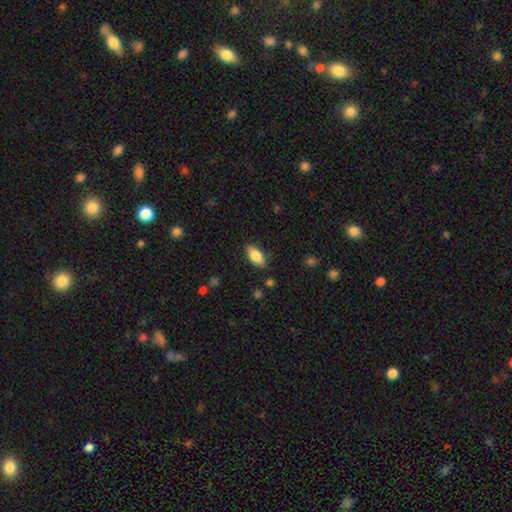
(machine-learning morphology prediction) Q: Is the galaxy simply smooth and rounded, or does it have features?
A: smooth — 82%.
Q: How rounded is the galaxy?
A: in between — 88%.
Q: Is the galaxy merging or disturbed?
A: none — 83%.